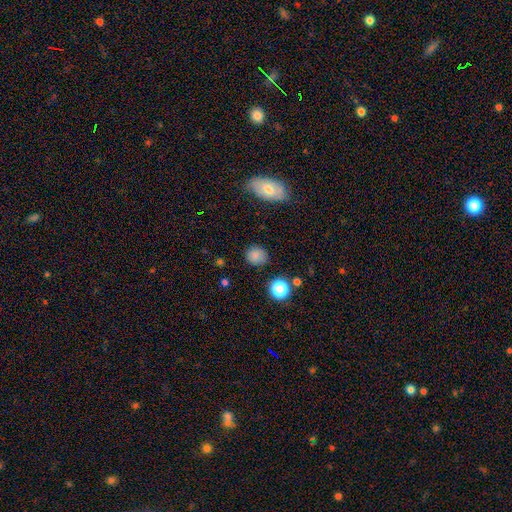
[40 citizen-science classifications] This appears to be a smooth galaxy with no disk features (85%) that is round (91%). Merging: none (92%).